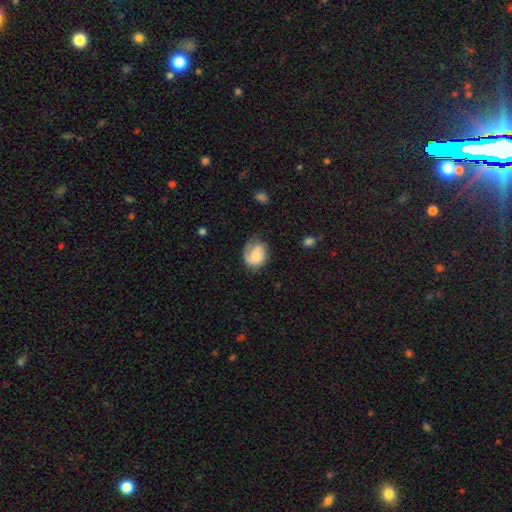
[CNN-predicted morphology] smooth-or-featured: featured or disk: 52% | smooth: 41% | star or artifact: 7%
  disk-edge-on: no: 98% | yes: 2%
    bar: no: 62% | weak: 33% | strong: 5%
    has-spiral-arms: yes: 89% | no: 11%
    bulge-size: small: 38% | moderate: 35% | none: 15% | large: 9% | dominant: 2%
  merging: none: 63% | minor disturbance: 24% | major disturbance: 11% | merger: 2%